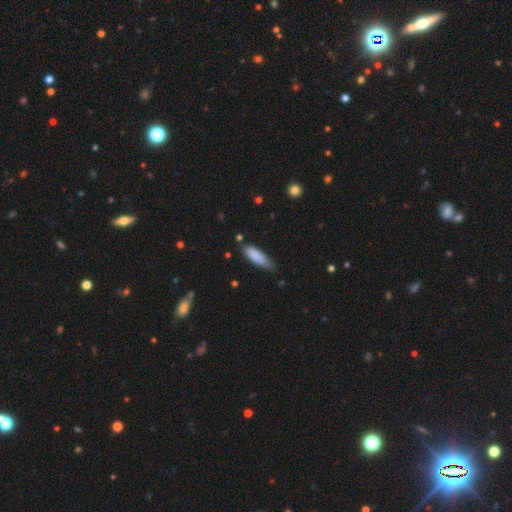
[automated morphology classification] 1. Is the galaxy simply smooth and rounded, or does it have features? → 86% smooth, 8% featured or disk, 6% star or artifact.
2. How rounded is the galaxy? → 51% in between, 47% cigar-shaped, 2% round.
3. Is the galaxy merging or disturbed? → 63% none, 30% minor disturbance, 5% major disturbance, 2% merger.